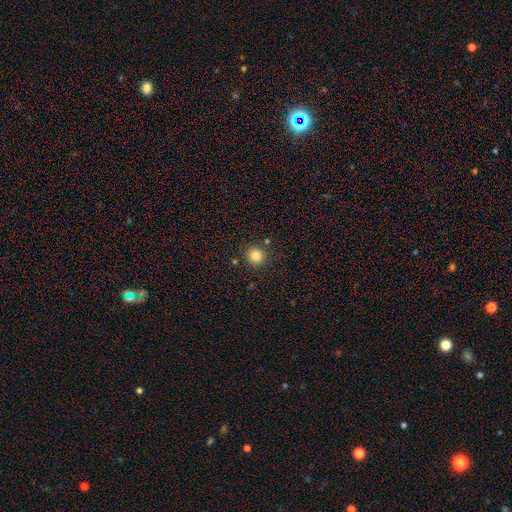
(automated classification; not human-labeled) smooth 82%, star or artifact 12%, featured or disk 6%. Down the decision tree: how rounded — round (94%); merging — none (87%).